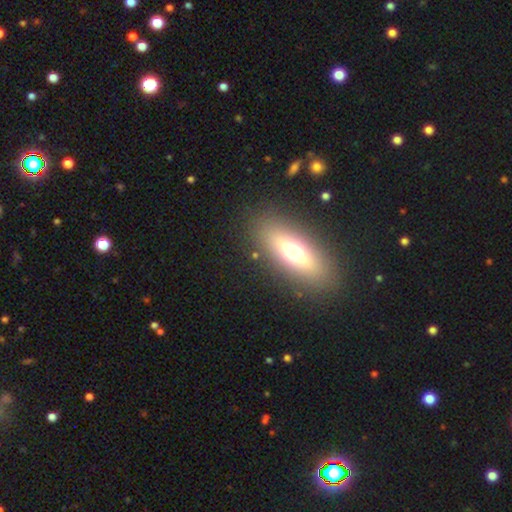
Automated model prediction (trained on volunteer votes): Morphology: type=smooth (55%); roundness=in between (59%); merging=none (87%).